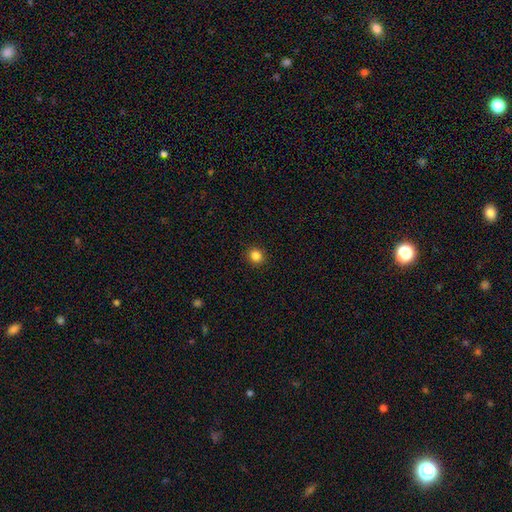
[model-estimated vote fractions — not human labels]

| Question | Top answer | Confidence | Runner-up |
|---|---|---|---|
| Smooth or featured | smooth | 85% | star or artifact (11%) |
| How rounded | round | 91% | in between (8%) |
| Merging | none | 92% | minor disturbance (5%) |